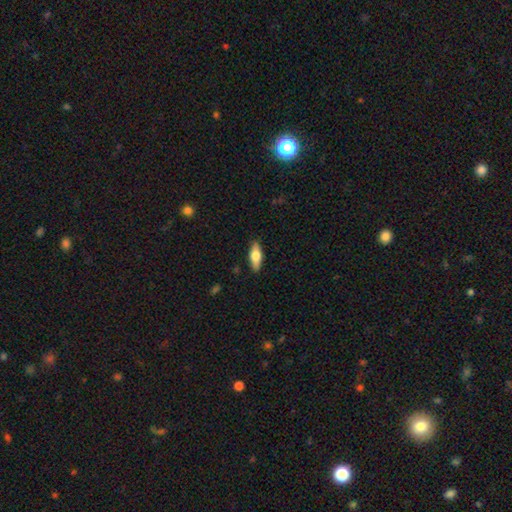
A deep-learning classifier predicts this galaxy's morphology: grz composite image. It shows a smooth galaxy with no disk features (62%) that is in between round and cigar-shaped (68%). Merging: none (88%).